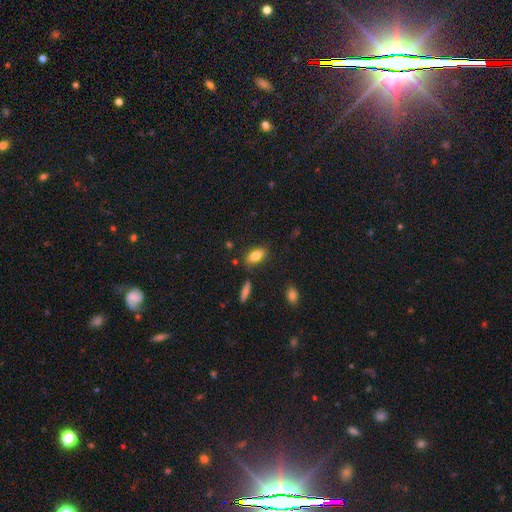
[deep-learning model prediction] smooth_or_featured: smooth (p=0.80) [alt: featured or disk p=0.12]
how_rounded: in between (p=0.86) [alt: cigar-shaped p=0.10]
merging: none (p=0.80) [alt: minor disturbance p=0.13]